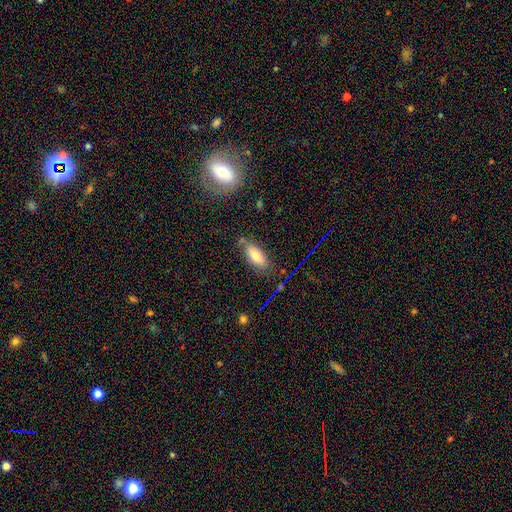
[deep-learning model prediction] Overall: smooth (74%). How rounded: in between (82%). Merging: none (73%).